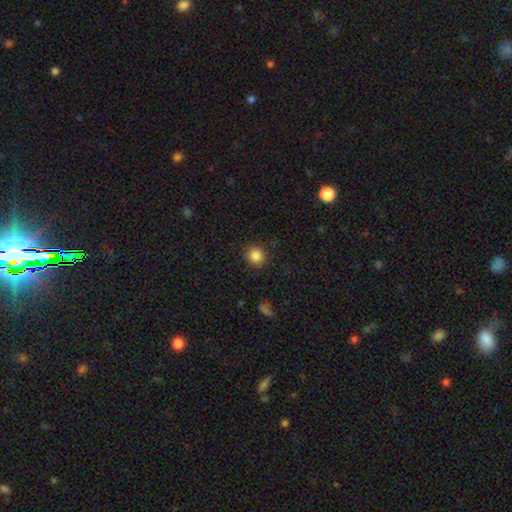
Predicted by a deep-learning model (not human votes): Overall: smooth (85%). How rounded: round (88%). Merging: none (89%).